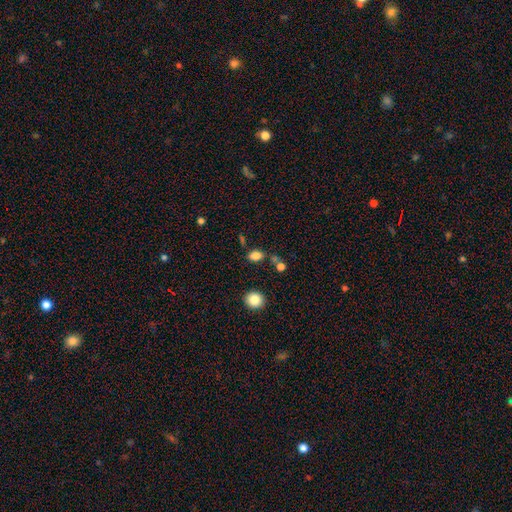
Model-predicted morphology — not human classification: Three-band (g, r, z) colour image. It shows a smooth galaxy with no disk features (83%) that is in between round and cigar-shaped (82%). Merging: none (68%).